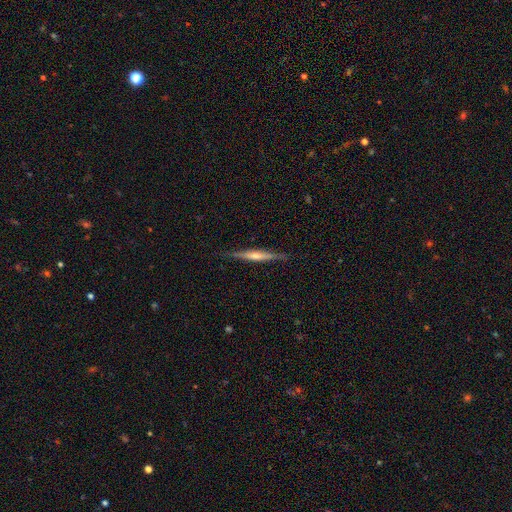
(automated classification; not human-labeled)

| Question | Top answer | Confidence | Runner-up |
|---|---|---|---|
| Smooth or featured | featured or disk | 66% | smooth (28%) |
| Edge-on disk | yes | 97% | no (3%) |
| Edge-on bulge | rounded | 58% | none (26%) |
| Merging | none | 86% | minor disturbance (11%) |